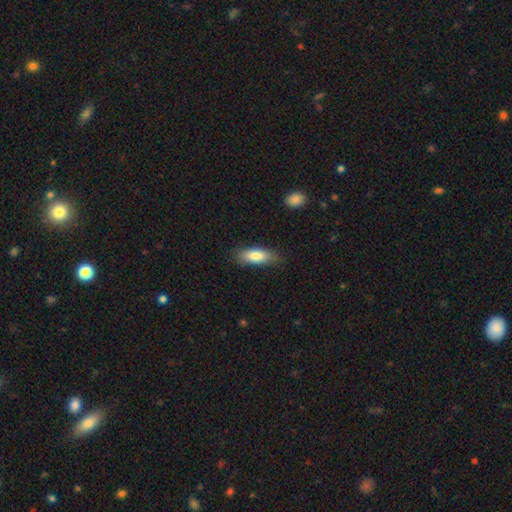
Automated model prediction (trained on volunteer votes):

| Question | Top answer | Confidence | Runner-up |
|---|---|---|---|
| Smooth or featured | smooth | 82% | featured or disk (11%) |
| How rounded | in between | 71% | cigar-shaped (27%) |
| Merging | none | 81% | minor disturbance (14%) |